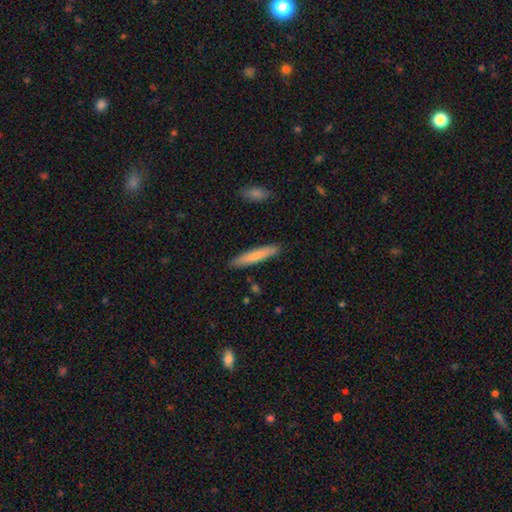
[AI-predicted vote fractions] Smooth or featured: smooth — 72% (featured or disk — 23%)
How rounded: cigar-shaped — 89% (in between — 9%)
Merging: none — 88% (minor disturbance — 9%)